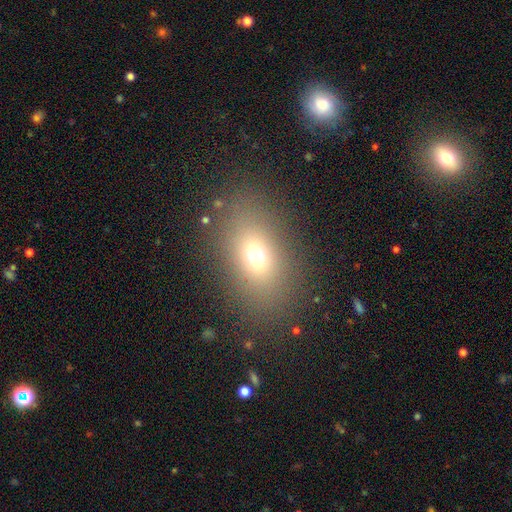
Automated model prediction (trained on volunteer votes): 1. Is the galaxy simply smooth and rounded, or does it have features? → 68% smooth, 17% star or artifact, 14% featured or disk.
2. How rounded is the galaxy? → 77% in between, 20% round, 3% cigar-shaped.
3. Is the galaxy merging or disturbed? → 84% none, 9% minor disturbance, 5% major disturbance, 2% merger.